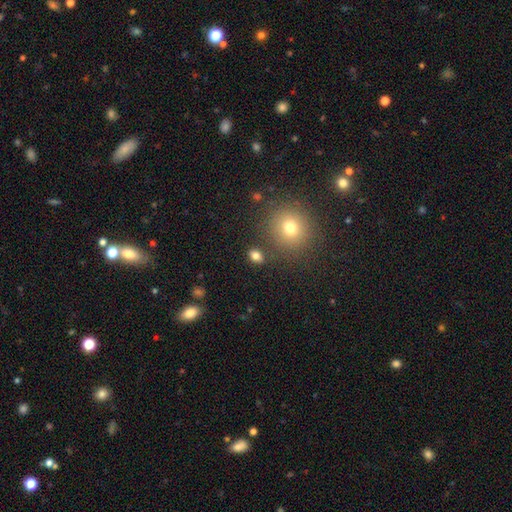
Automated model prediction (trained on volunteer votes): A smooth galaxy with no disk features (80%) that is in between round and cigar-shaped (66%).

Vote fractions:
- Smooth or featured? smooth: 80% / star or artifact: 14% / featured or disk: 7%
- How rounded? in between: 66% / round: 32% / cigar-shaped: 2%
- Merging? none: 82% / minor disturbance: 9% / merger: 5% / major disturbance: 3%